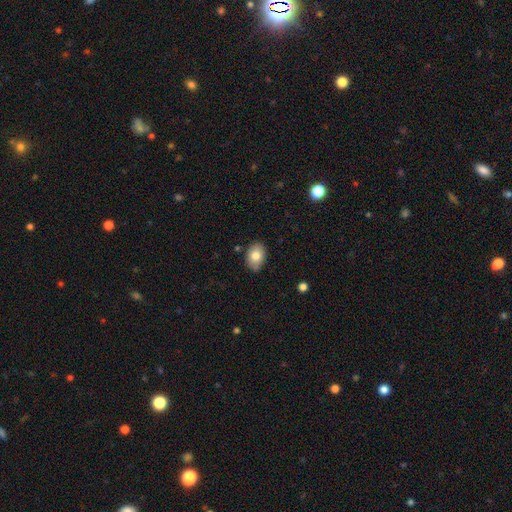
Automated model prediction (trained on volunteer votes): Smooth or featured: smooth — 80% (featured or disk — 12%)
How rounded: in between — 79% (round — 20%)
Merging: none — 81% (minor disturbance — 15%)